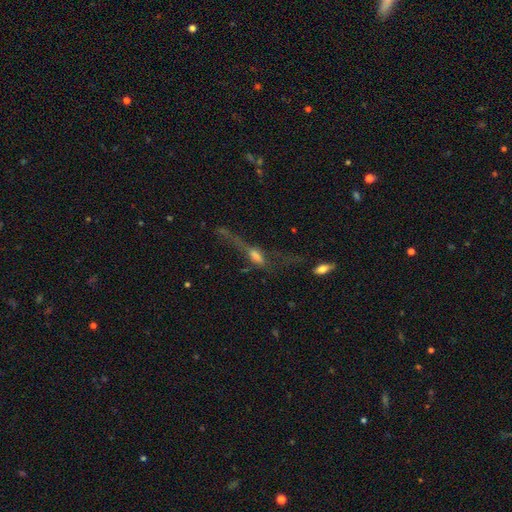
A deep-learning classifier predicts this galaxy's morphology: Smooth or featured: featured or disk — 52% (smooth — 31%)
Edge-on disk: yes — 64% (no — 36%)
Merging: major disturbance — 45% (none — 30%)